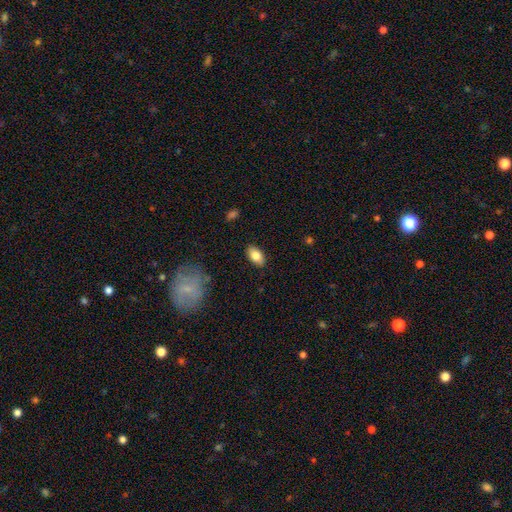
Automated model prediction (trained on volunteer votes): This is clearly a smooth galaxy (81%). How rounded: clearly in between (92%). Merging: clearly none (87%).